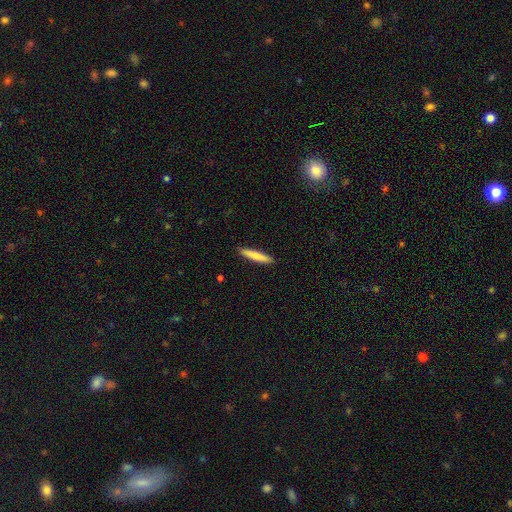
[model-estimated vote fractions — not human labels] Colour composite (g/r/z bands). It shows a smooth galaxy with no disk features (78%) that is cigar-shaped (92%). Merging: none (91%).